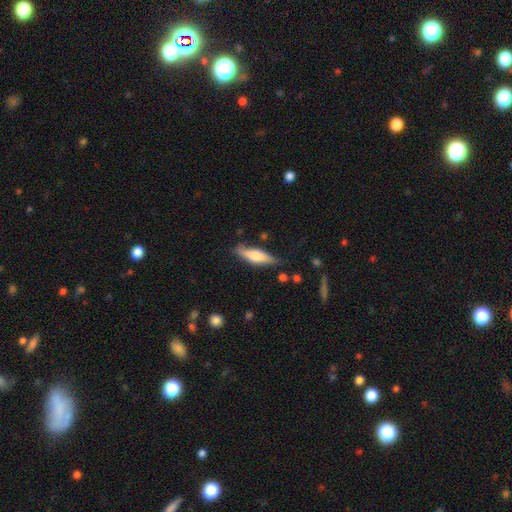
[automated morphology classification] smooth 57%, featured or disk 37%, star or artifact 6%. Down the decision tree: how rounded — cigar-shaped (60%); merging — none (77%).